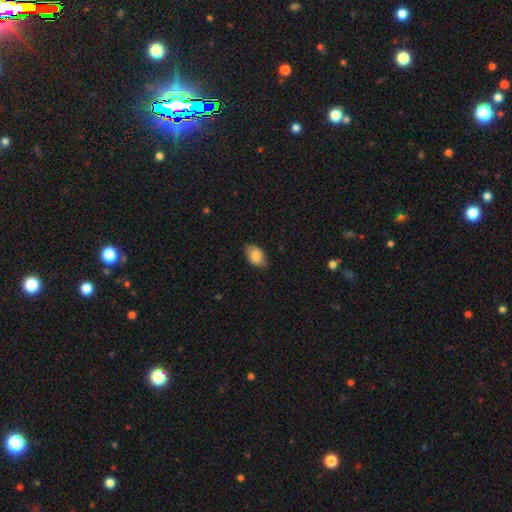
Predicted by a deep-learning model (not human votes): The model was most divided on "merging": none: 80%, minor disturbance: 16%, major disturbance: 3%, merger: 1%. More confident: how rounded — in between (91%); smooth or featured — smooth (82%).